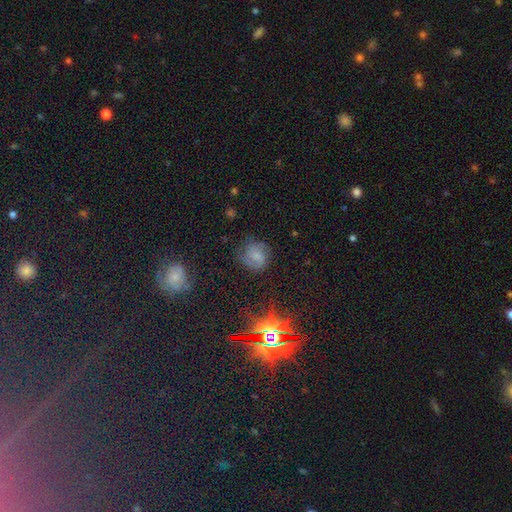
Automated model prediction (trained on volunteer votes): Smooth or featured?
  - smooth: 48% *
  - featured or disk: 36%
  - star or artifact: 16%
Merging?
  - none: 65% *
  - minor disturbance: 22%
  - major disturbance: 12%
  - merger: 2%